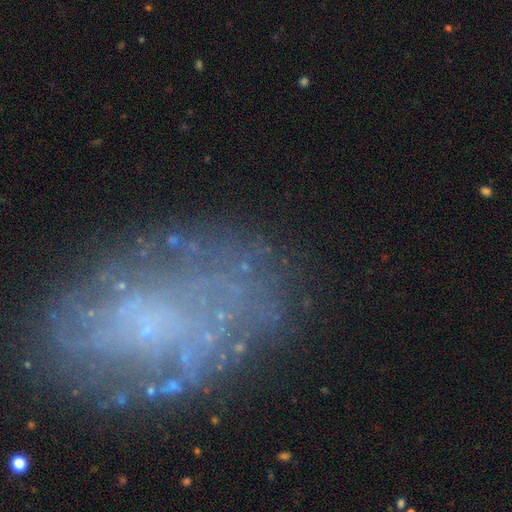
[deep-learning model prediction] The model was most divided on "spiral arms": yes: 58%, no: 42%. More confident: edge-on disk — no (96%); bar — no (83%); merging — none (69%); smooth or featured — featured or disk (65%); bulge size — small (58%).